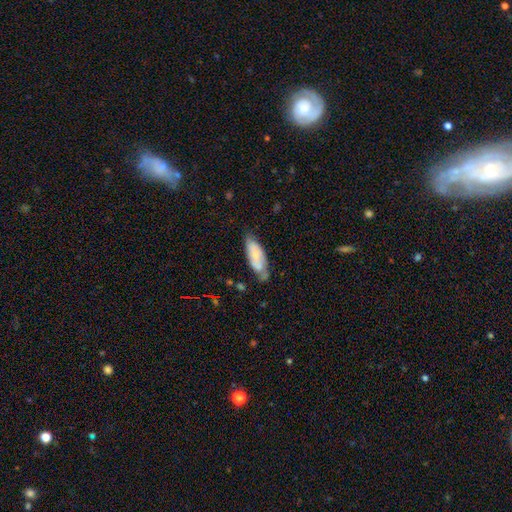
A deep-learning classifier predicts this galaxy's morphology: smooth 62%, featured or disk 32%, star or artifact 7%. Down the decision tree: how rounded — in between (72%); merging — none (48%).